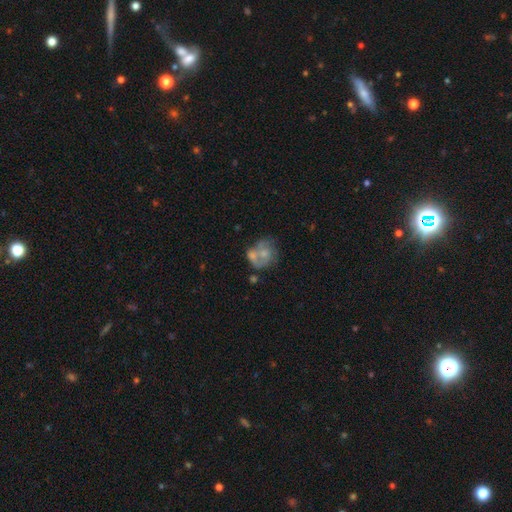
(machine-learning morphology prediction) This is possibly a smooth galaxy (48%). Merging: marginally merger (40%).